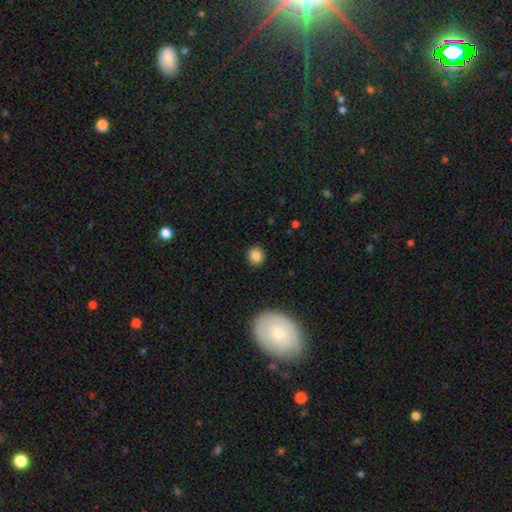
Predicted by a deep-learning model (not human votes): A smooth galaxy with no disk features (85%) that is round (85%).

Vote fractions:
- Smooth or featured? smooth: 85% / star or artifact: 10% / featured or disk: 5%
- How rounded? round: 85% / in between: 14% / cigar-shaped: 1%
- Merging? none: 91% / minor disturbance: 6% / major disturbance: 2% / merger: 1%